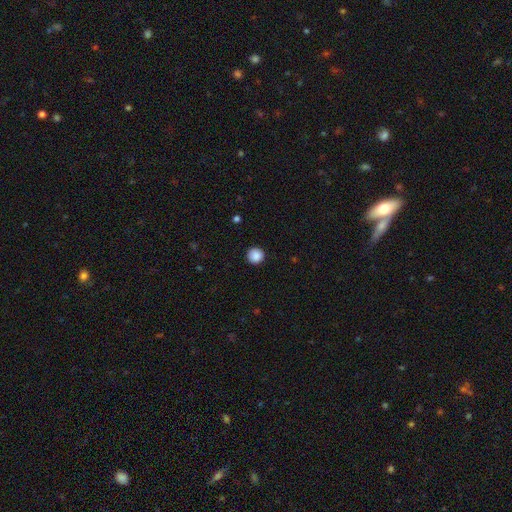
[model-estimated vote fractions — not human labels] This appears to be a smooth galaxy with no disk features (88%) that is round (95%). Merging: none (92%).